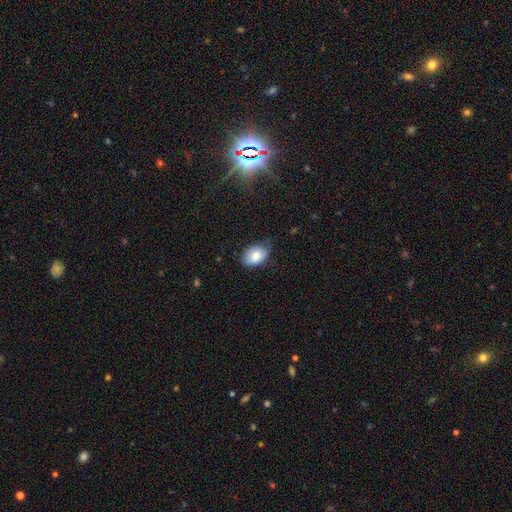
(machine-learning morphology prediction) smooth_or_featured: smooth (p=0.79) [alt: featured or disk p=0.13]
how_rounded: in between (p=0.83) [alt: round p=0.16]
merging: none (p=0.67) [alt: minor disturbance p=0.27]